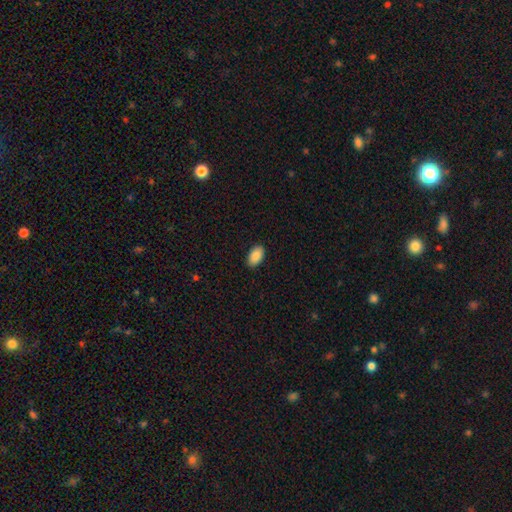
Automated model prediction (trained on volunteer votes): Smooth or featured?
  - smooth: 89% *
  - star or artifact: 7%
  - featured or disk: 4%
How rounded?
  - in between: 94% *
  - round: 5%
  - cigar-shaped: 1%
Merging?
  - none: 89% *
  - minor disturbance: 8%
  - major disturbance: 2%
  - merger: 1%